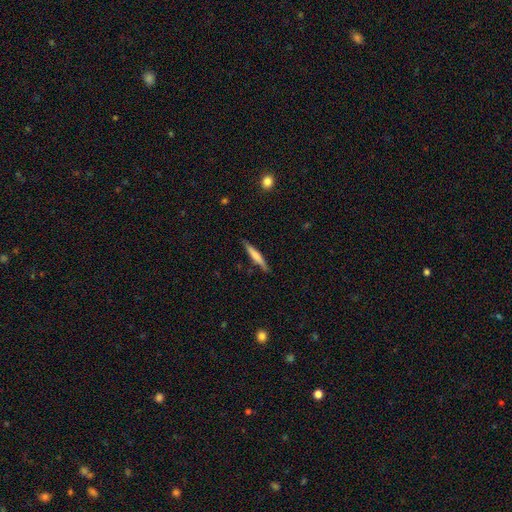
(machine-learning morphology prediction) Smooth or featured? smooth (57%)
How rounded? cigar-shaped (94%)
Merging? none (88%)